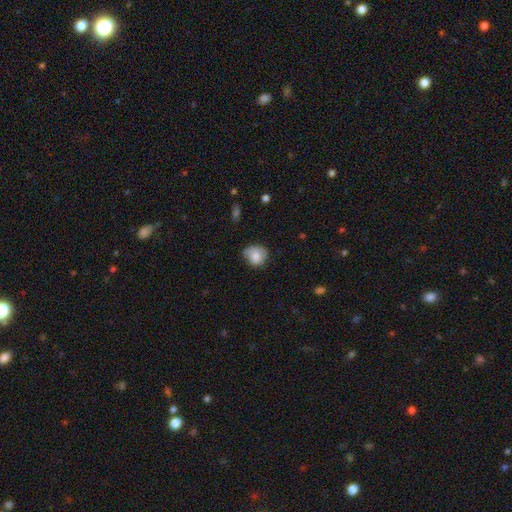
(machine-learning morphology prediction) Smooth or featured: smooth — 75% (featured or disk — 18%)
How rounded: round — 73% (in between — 26%)
Merging: none — 57% (minor disturbance — 33%)